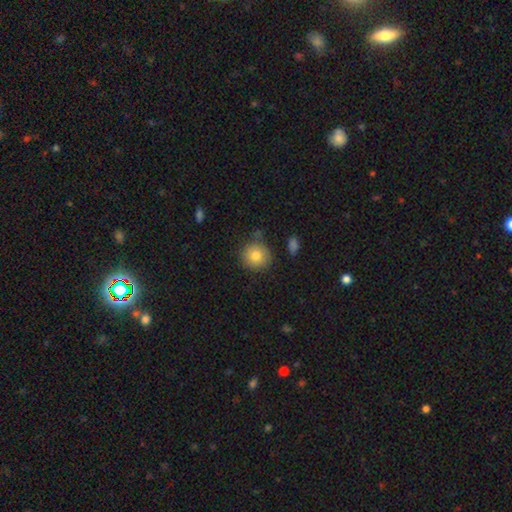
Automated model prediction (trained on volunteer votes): A smooth galaxy with no disk features (80%) that is round (91%). Merging: none (78%).